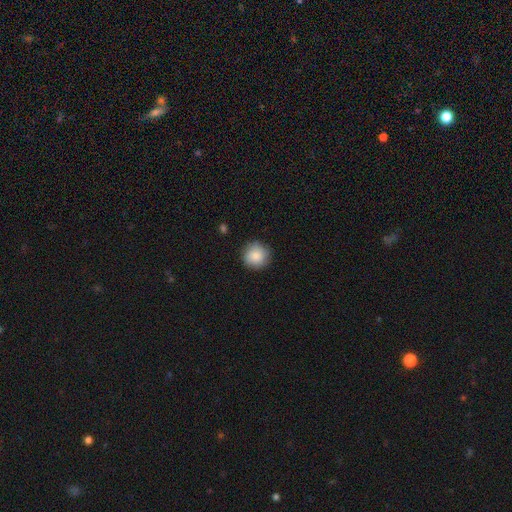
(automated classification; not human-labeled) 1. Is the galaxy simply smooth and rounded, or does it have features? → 87% smooth, 7% star or artifact, 6% featured or disk.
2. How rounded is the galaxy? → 94% round, 5% in between, 1% cigar-shaped.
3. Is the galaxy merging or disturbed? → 88% none, 9% minor disturbance, 2% major disturbance, 1% merger.